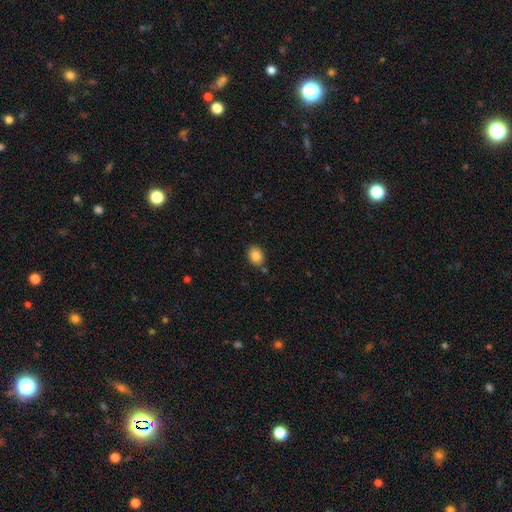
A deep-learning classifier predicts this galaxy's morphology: A smooth galaxy with no disk features (86%) that is in between round and cigar-shaped (56%). Merging: none (82%).